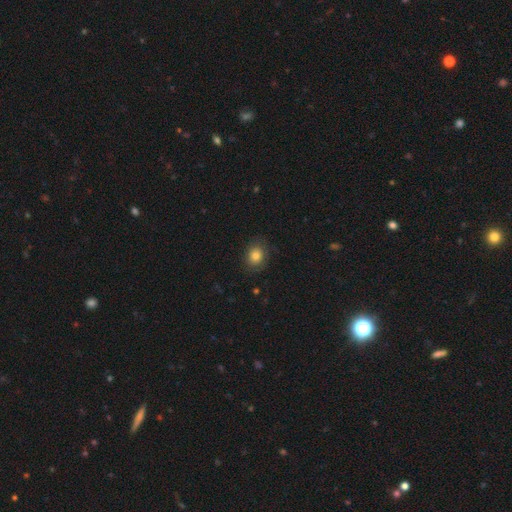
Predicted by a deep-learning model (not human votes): Overall: smooth (79%). How rounded: round (62%; in between 37%). Merging: none (81%).